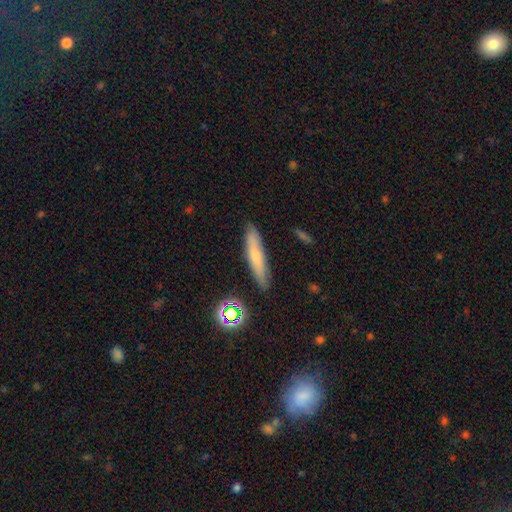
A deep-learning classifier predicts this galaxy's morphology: Smooth or featured?
  - smooth: 64% *
  - featured or disk: 26%
  - star or artifact: 10%
How rounded?
  - cigar-shaped: 85% *
  - in between: 13%
  - round: 2%
Merging?
  - none: 86% *
  - minor disturbance: 10%
  - major disturbance: 2%
  - merger: 2%